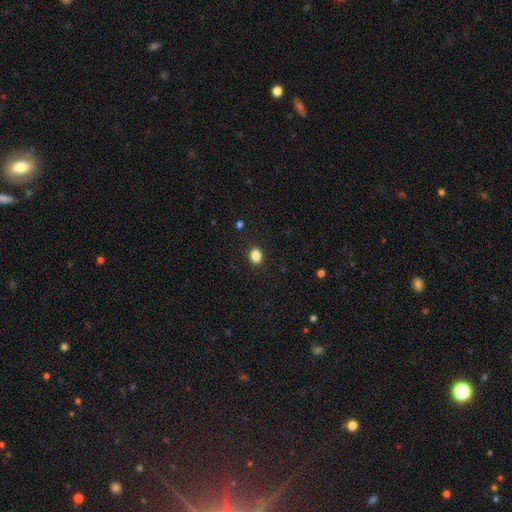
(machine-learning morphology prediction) A smooth galaxy with no disk features (86%) that is in between round and cigar-shaped (66%). Merging: none (89%).